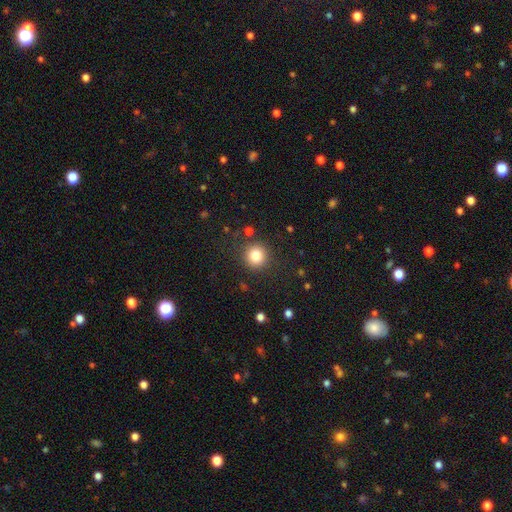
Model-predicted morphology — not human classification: A smooth galaxy with no disk features (82%) that is round (93%). Merging: none (87%).